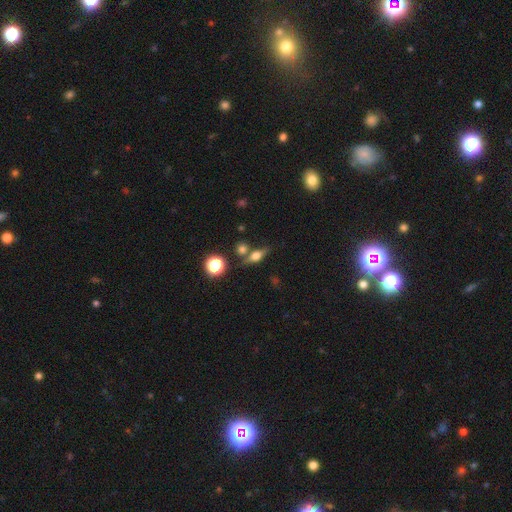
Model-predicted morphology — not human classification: type=featured or disk (49%); merging=none (67%).